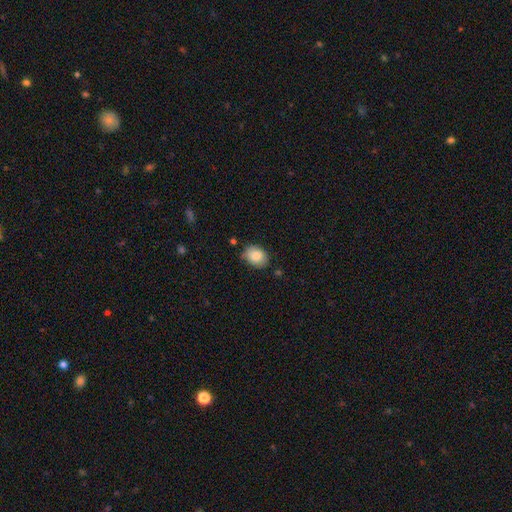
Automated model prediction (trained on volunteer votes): smooth-or-featured: smooth: 84% | featured or disk: 8% | star or artifact: 8%
  how-rounded: in between: 65% | round: 34% | cigar-shaped: 1%
  merging: none: 73% | minor disturbance: 21% | major disturbance: 3% | merger: 3%